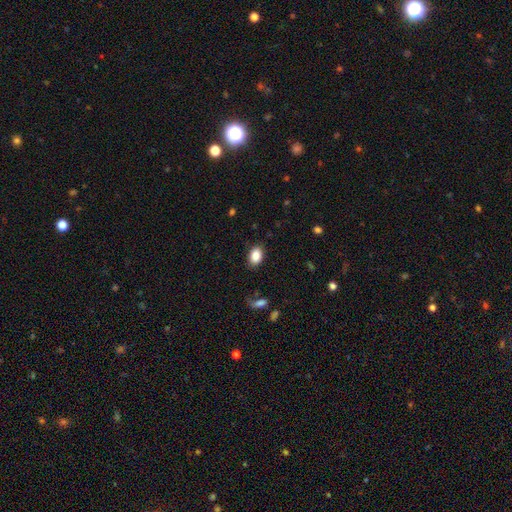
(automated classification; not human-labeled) smooth 87%, star or artifact 8%, featured or disk 5%. Down the decision tree: how rounded — in between (86%); merging — none (86%).